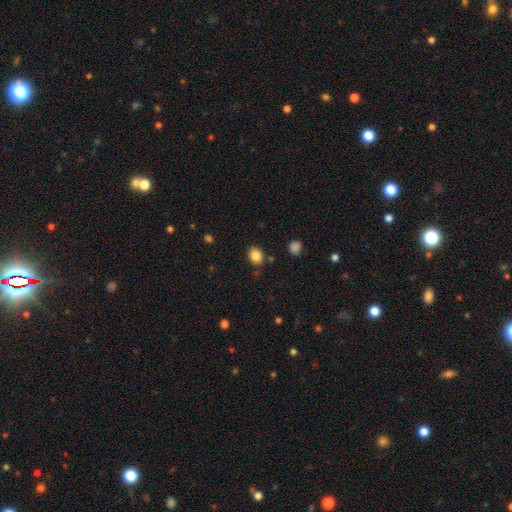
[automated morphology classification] type=smooth (85%); roundness=in between (51%); merging=none (82%).